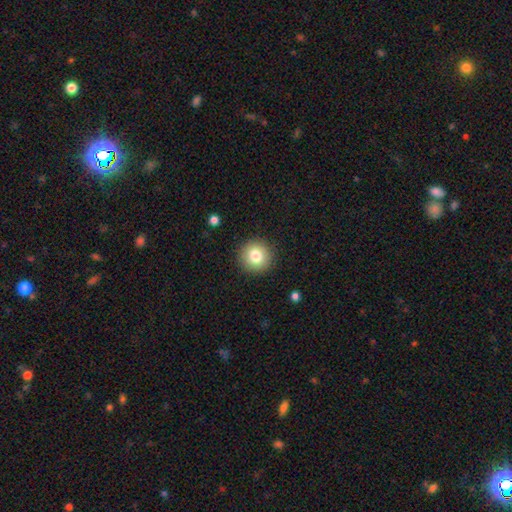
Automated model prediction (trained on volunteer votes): This is clearly a smooth galaxy (81%). How rounded: clearly round (93%). Merging: clearly none (91%).